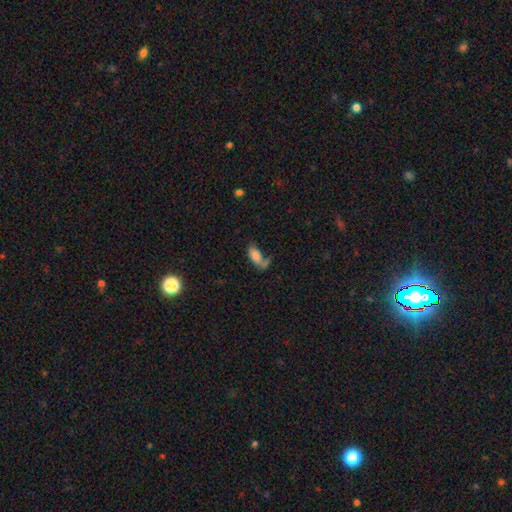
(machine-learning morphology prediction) A smooth galaxy with no disk features (78%) that is in between round and cigar-shaped (88%).

Vote fractions:
- Smooth or featured? smooth: 78% / featured or disk: 12% / star or artifact: 10%
- How rounded? in between: 88% / cigar-shaped: 8% / round: 4%
- Merging? none: 39% / merger: 27% / minor disturbance: 17% / major disturbance: 17%